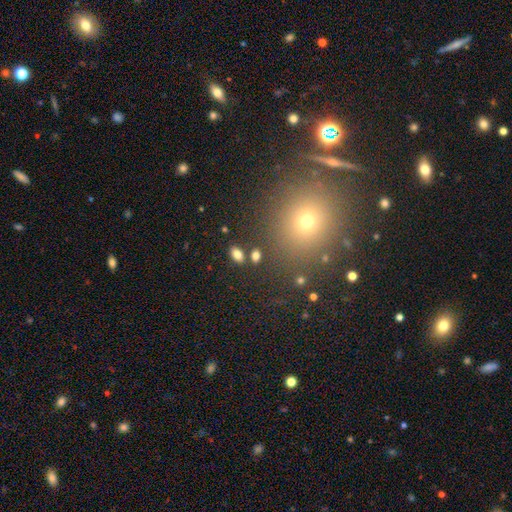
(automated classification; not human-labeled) A smooth galaxy with no disk features (79%) that is in between round and cigar-shaped (85%). Merging: none (82%).